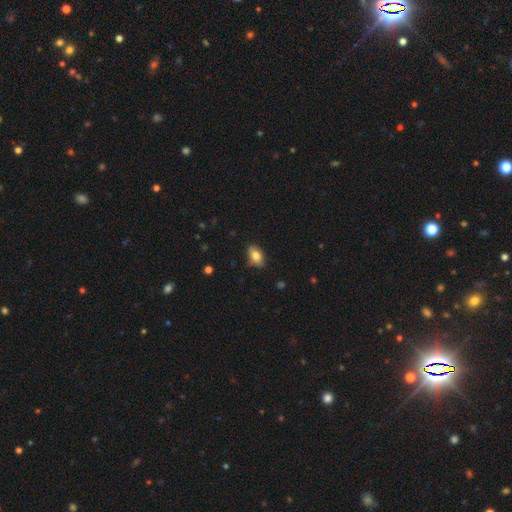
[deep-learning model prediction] smooth 81%, featured or disk 11%, star or artifact 8%. Down the decision tree: how rounded — in between (88%); merging — none (79%).